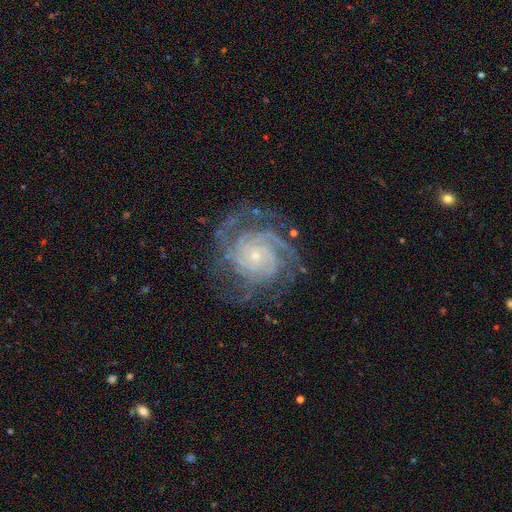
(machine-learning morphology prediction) This is clearly a featured or disk galaxy (89%). It is clearly not viewed edge-on (98%). Bar: likely no (79%). Spiral arm pattern: clearly yes (98%). Spiral arm count: marginally 4 (28%). Spiral winding: likely tight (73%). Central bulge: clearly small (85%). Merging: likely none (74%).